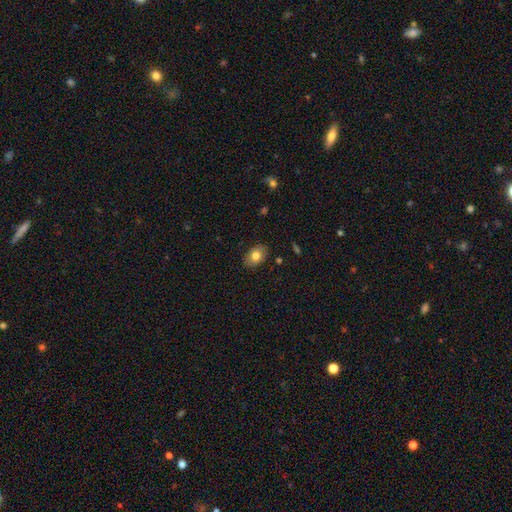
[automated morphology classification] smooth-or-featured: smooth: 79% | featured or disk: 13% | star or artifact: 8%
  how-rounded: in between: 81% | round: 18% | cigar-shaped: 1%
  merging: none: 87% | minor disturbance: 10% | major disturbance: 2% | merger: 1%